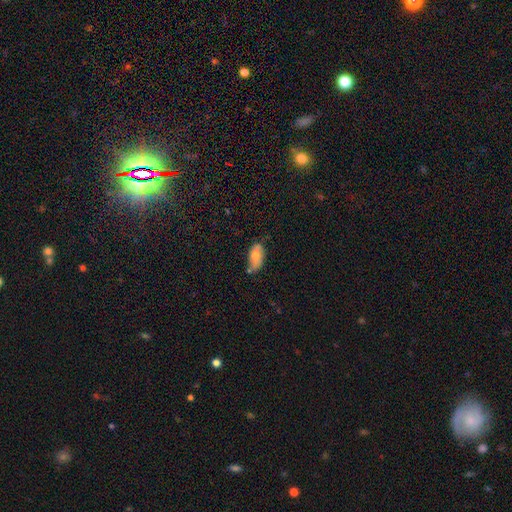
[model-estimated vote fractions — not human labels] smooth 71%, featured or disk 22%, star or artifact 8%. Down the decision tree: how rounded — in between (91%); merging — none (54%).